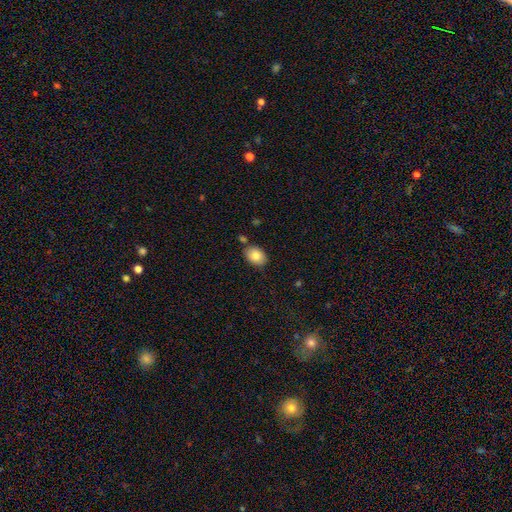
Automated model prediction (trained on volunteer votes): Q: Smooth or featured?
A: smooth (85%); runner-up: star or artifact (8%)
Q: How rounded?
A: in between (75%); runner-up: round (24%)
Q: Merging?
A: none (81%); runner-up: minor disturbance (12%)